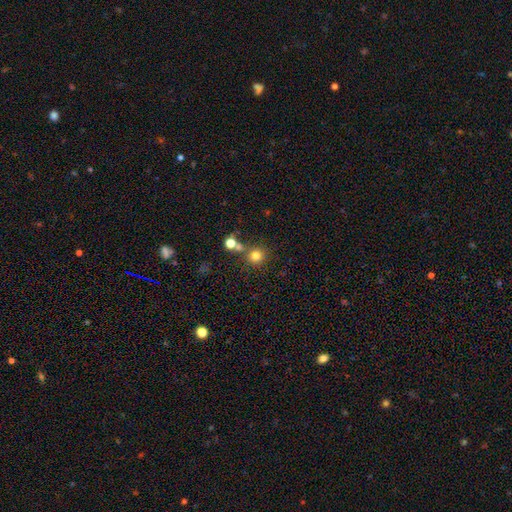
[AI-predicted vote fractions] Overall: smooth (77%). How rounded: round (93%). Merging: none (70%).